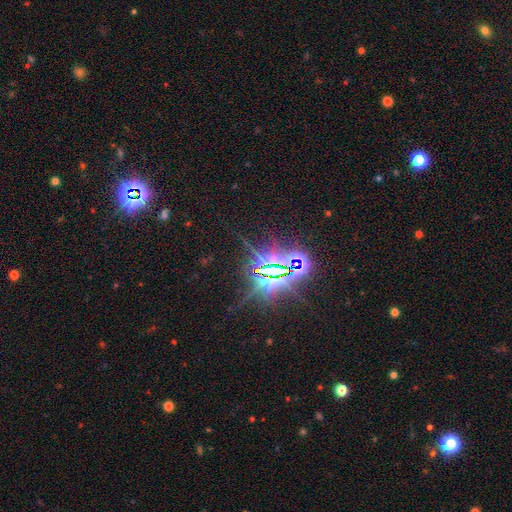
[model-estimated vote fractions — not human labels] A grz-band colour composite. It shows a star or artifact, not a galaxy (85%).